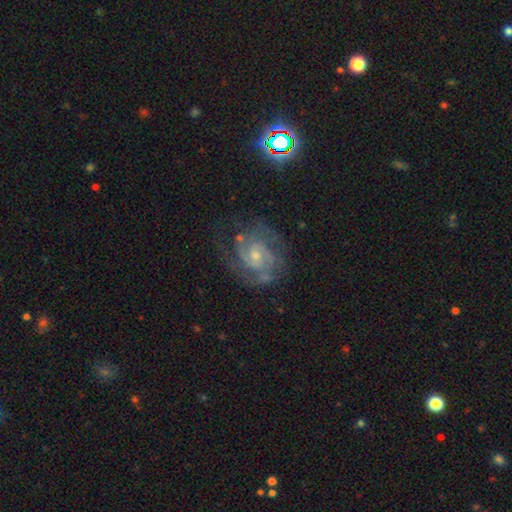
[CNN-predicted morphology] The model was most divided on "spiral winding": tight: 51%, medium: 41%, loose: 8%. More confident: edge-on disk — no (98%); spiral arms — yes (96%); smooth or featured — featured or disk (87%); merging — none (69%); bulge size — small (62%); bar — no (54%); spiral arm count — 2 (52%).